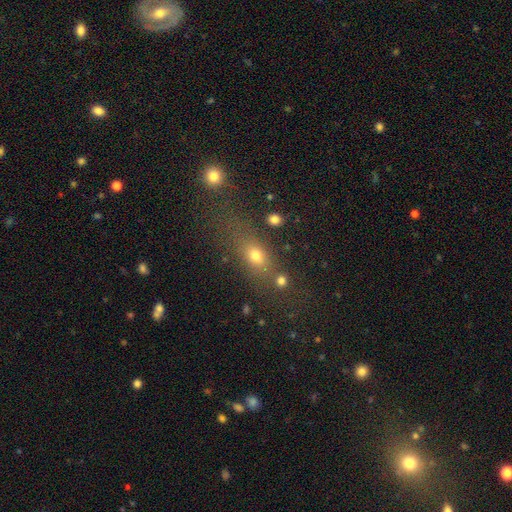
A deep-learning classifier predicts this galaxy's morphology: The model was most divided on "how rounded": in between: 52%, cigar-shaped: 24%, round: 24%. More confident: smooth or featured — smooth (66%); merging — none (59%).